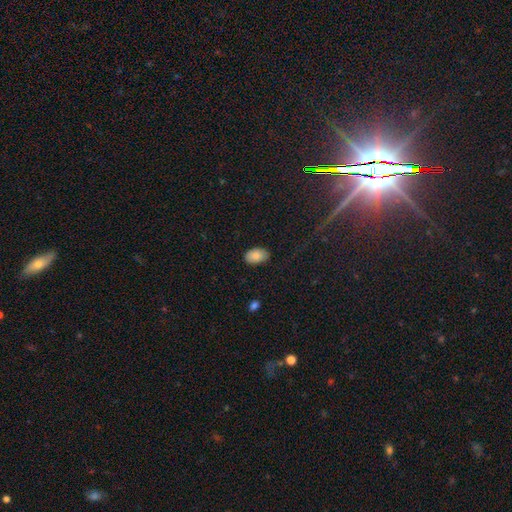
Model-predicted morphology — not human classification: Smooth or featured: smooth — 86% (star or artifact — 7%)
How rounded: in between — 92% (round — 7%)
Merging: none — 84% (minor disturbance — 12%)